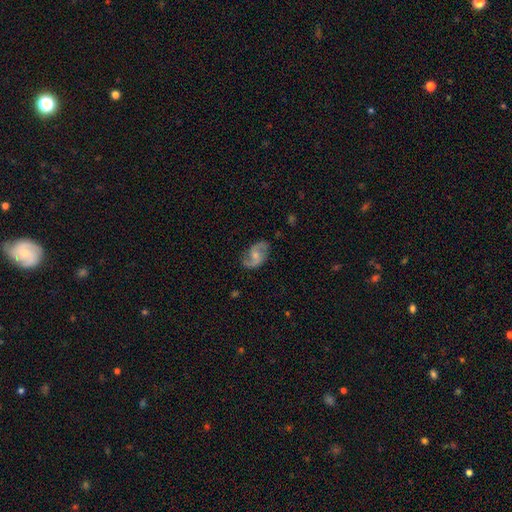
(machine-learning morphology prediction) The model was most divided on "bar": no: 47%, weak: 44%, strong: 9%. Remaining: edge-on disk — no (98%); spiral arms — yes (95%); spiral arm count — 2 (91%); smooth or featured — featured or disk (81%); merging — none (76%); spiral winding — loose (52%); bulge size — moderate (45%).